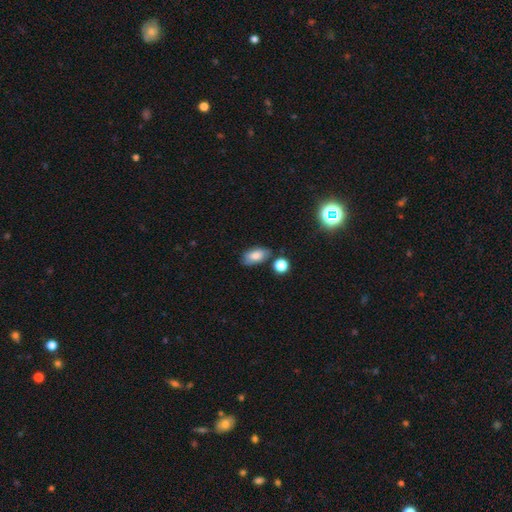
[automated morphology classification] The model was most divided on "merging": none: 72%, minor disturbance: 17%, merger: 7%, major disturbance: 4%. More confident: how rounded — in between (90%); smooth or featured — smooth (79%).